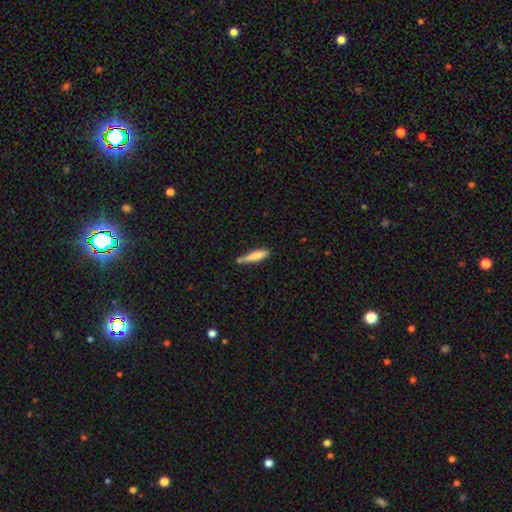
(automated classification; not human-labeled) Smooth or featured: smooth — 76% (featured or disk — 18%)
How rounded: cigar-shaped — 76% (in between — 22%)
Merging: none — 49% (minor disturbance — 28%)